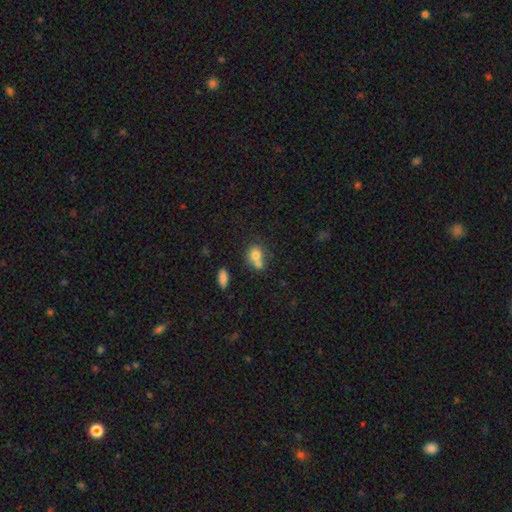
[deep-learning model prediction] Overall: smooth (76%). How rounded: round (61%; in between 37%). Merging: merger (52%; none 35%).